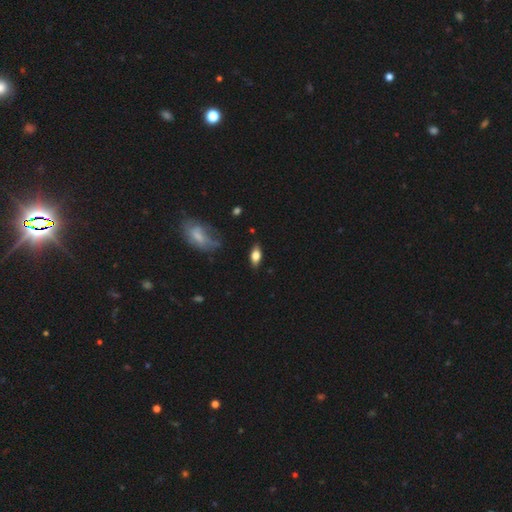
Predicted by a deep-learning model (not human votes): A smooth galaxy with no disk features (65%) that is in between round and cigar-shaped (81%). Merging: none (81%).